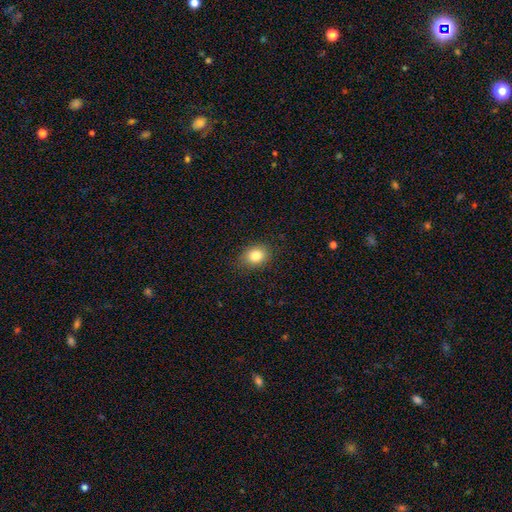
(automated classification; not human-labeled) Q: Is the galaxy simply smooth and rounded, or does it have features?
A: smooth — 83%.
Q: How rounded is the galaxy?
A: in between — 54%.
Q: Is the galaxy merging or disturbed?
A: none — 86%.